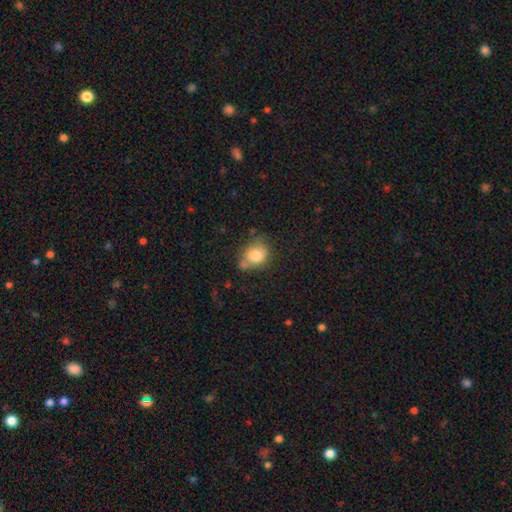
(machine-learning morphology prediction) smooth-or-featured: smooth: 77% | featured or disk: 13% | star or artifact: 9%
  how-rounded: round: 58% | in between: 41% | cigar-shaped: 1%
  merging: none: 55% | minor disturbance: 24% | merger: 14% | major disturbance: 7%